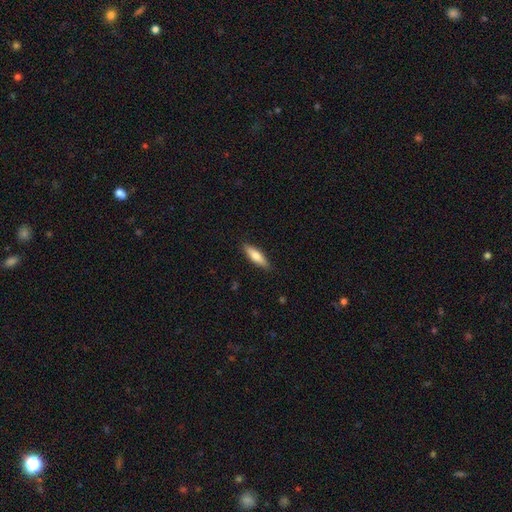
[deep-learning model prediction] This is likely a smooth galaxy (70%). How rounded: possibly cigar-shaped (60%). Merging: clearly none (87%).